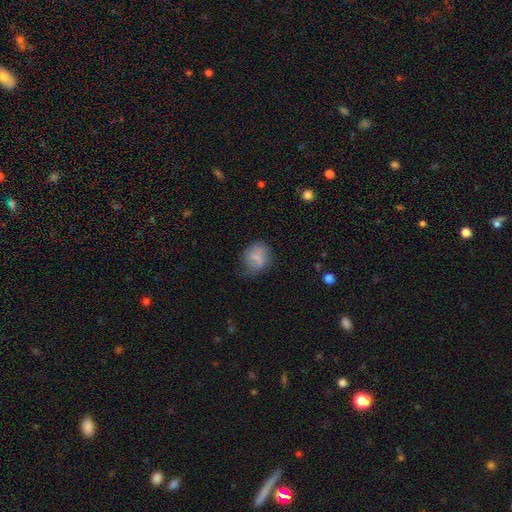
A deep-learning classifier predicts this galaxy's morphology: Overall: smooth (65%). How rounded: round (60%; in between 38%). Merging: none (56%; minor disturbance 27%).